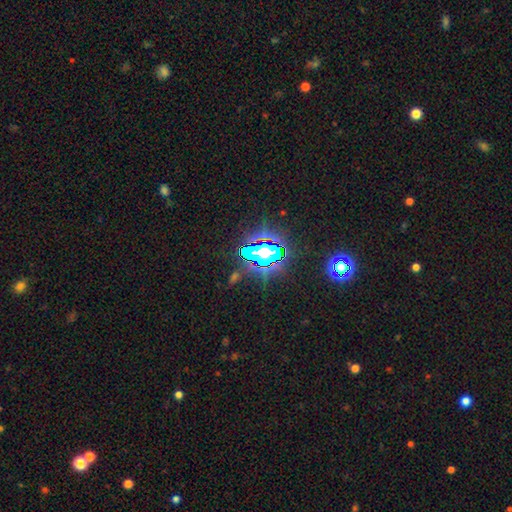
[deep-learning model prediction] Morphology: type=star or artifact (83%).